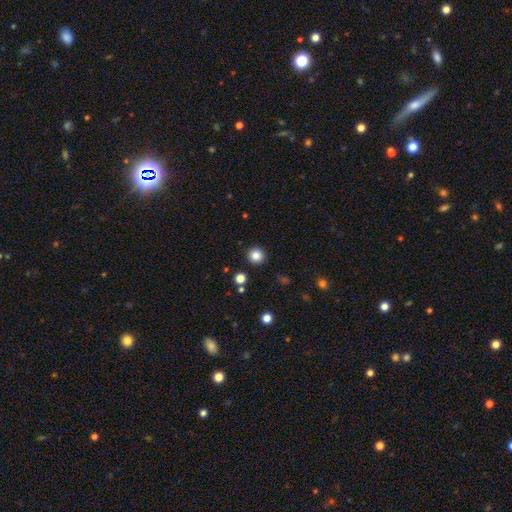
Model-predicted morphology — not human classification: Overall: smooth (84%). How rounded: round (95%). Merging: none (92%).